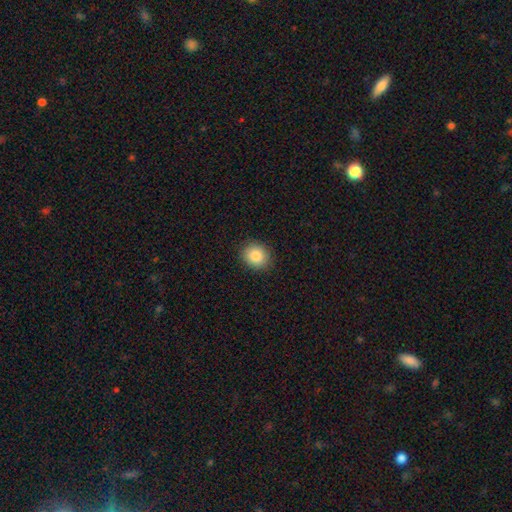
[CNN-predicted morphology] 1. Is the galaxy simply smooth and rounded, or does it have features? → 85% smooth, 9% star or artifact, 6% featured or disk.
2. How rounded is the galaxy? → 72% round, 27% in between, 1% cigar-shaped.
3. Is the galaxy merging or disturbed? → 90% none, 7% minor disturbance, 2% major disturbance, 1% merger.